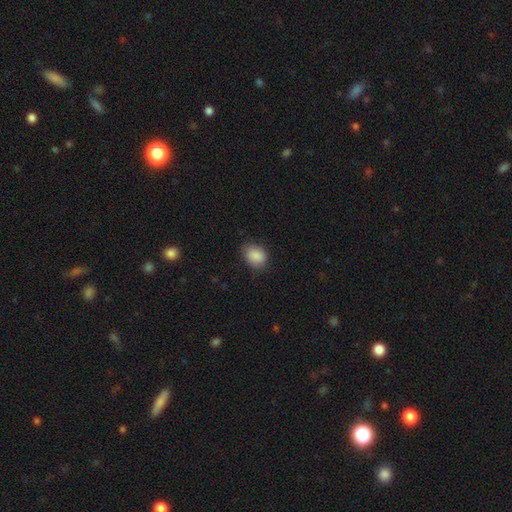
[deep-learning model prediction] This is clearly a smooth galaxy (88%). How rounded: likely in between (62%). Merging: likely none (76%).